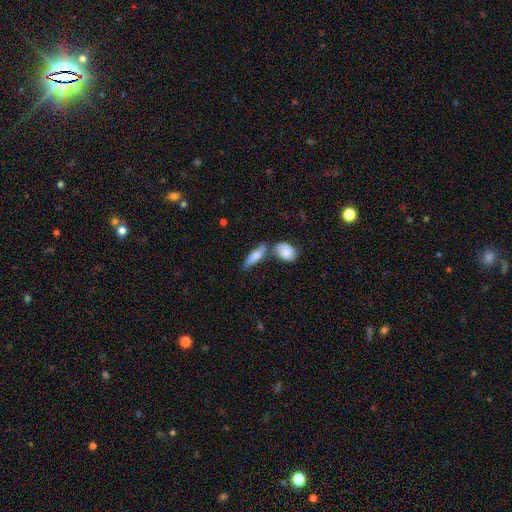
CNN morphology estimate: smooth_or_featured: smooth (p=0.64) [alt: featured or disk p=0.29]
how_rounded: in between (p=0.48) [tied with: cigar-shaped p=0.48]
merging: none (p=0.47) [alt: merger p=0.31]